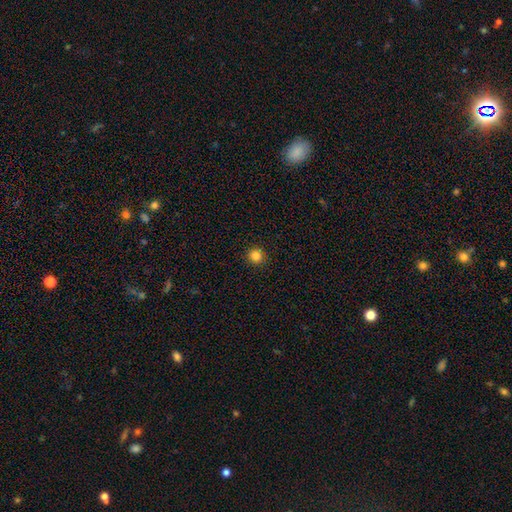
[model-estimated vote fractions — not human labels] Smooth or featured?
  - smooth: 83% *
  - star or artifact: 13%
  - featured or disk: 4%
How rounded?
  - round: 94% *
  - in between: 5%
  - cigar-shaped: 1%
Merging?
  - none: 93% *
  - minor disturbance: 4%
  - major disturbance: 2%
  - merger: 1%